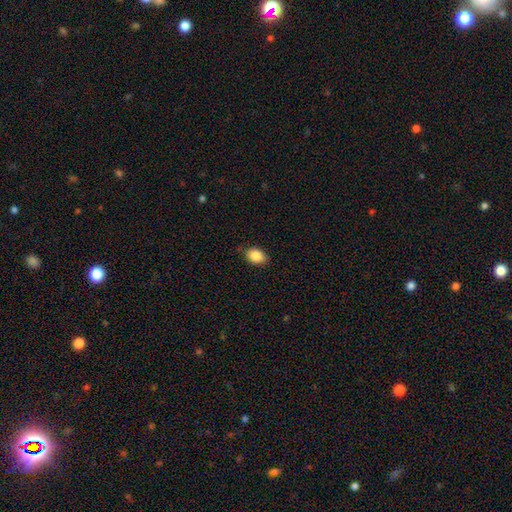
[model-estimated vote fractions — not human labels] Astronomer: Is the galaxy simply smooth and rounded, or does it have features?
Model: smooth — 87%.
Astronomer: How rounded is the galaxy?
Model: in between — 72%.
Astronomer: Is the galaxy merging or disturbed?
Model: none — 81%.